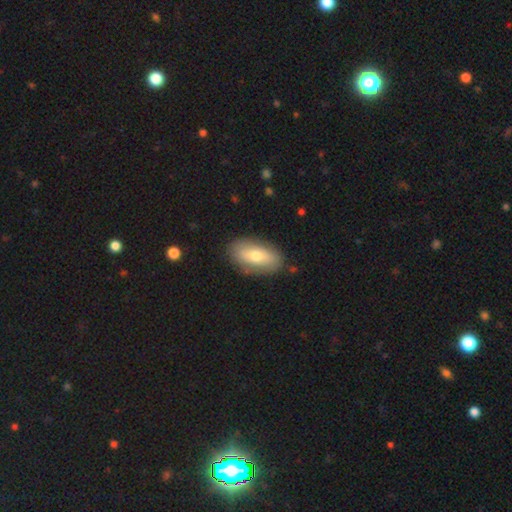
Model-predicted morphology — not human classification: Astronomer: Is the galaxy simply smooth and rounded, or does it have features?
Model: smooth — 63%.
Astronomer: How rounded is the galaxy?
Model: in between — 91%.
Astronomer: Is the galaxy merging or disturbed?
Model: none — 84%.